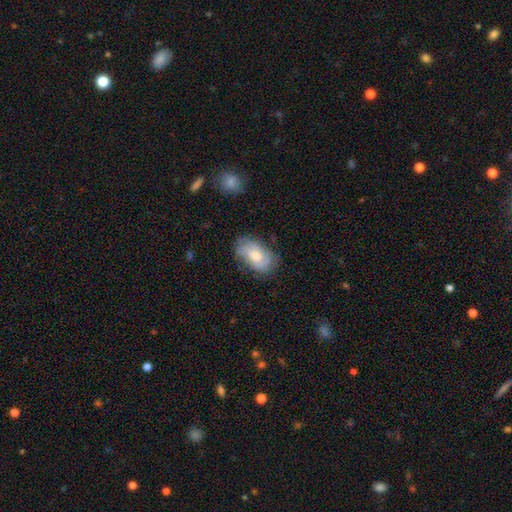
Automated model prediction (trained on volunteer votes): Smooth or featured?
  - smooth: 47% *
  - featured or disk: 46%
  - star or artifact: 7%
Merging?
  - none: 67% *
  - minor disturbance: 24%
  - major disturbance: 8%
  - merger: 2%